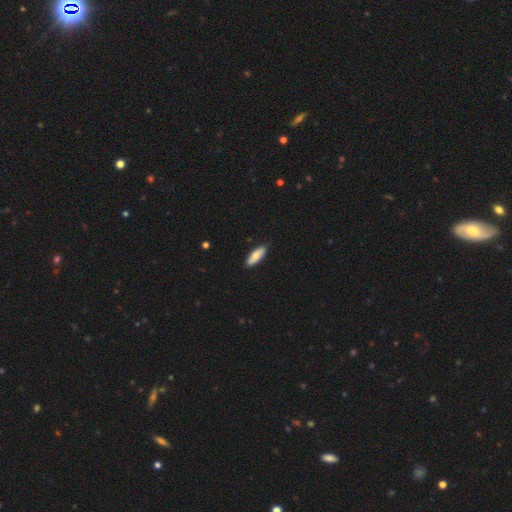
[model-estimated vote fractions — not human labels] Q: Smooth or featured?
A: smooth (79%); runner-up: featured or disk (16%)
Q: How rounded?
A: in between (59%); runner-up: cigar-shaped (39%)
Q: Merging?
A: none (87%); runner-up: minor disturbance (10%)